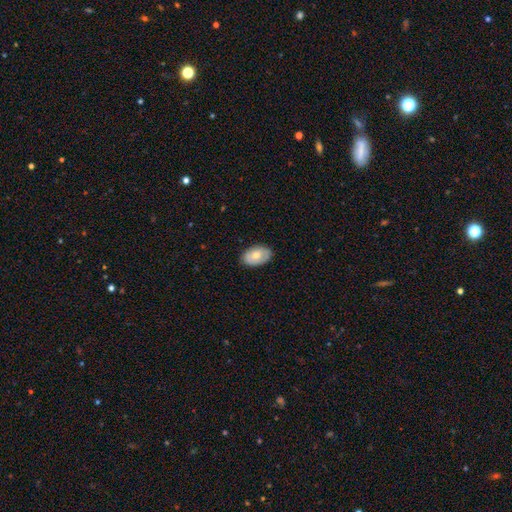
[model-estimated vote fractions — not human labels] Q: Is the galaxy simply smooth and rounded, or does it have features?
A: smooth — 67%.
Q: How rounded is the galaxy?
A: in between — 90%.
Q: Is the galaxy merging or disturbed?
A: none — 84%.